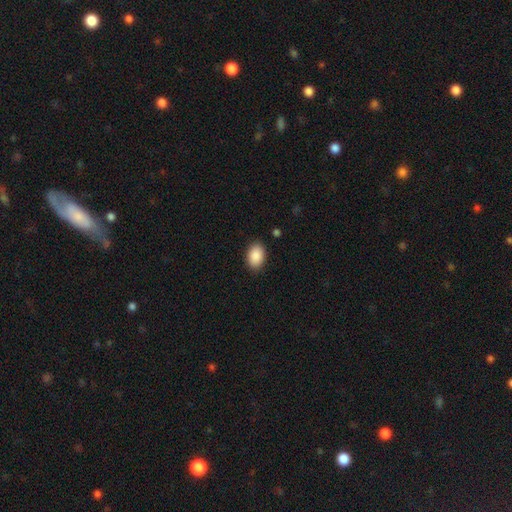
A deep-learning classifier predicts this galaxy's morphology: Smooth or featured?
  - smooth: 89% *
  - star or artifact: 7%
  - featured or disk: 4%
How rounded?
  - in between: 86% *
  - round: 13%
  - cigar-shaped: 1%
Merging?
  - none: 88% *
  - minor disturbance: 9%
  - major disturbance: 2%
  - merger: 1%